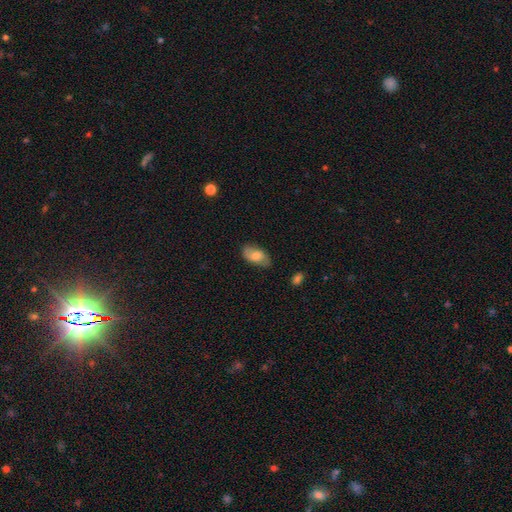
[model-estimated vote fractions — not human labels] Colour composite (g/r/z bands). It shows a smooth galaxy with no disk features (73%) that is in between round and cigar-shaped (93%). Merging: none (75%).